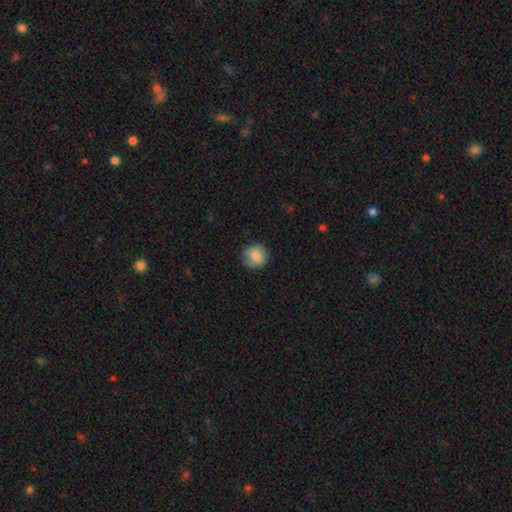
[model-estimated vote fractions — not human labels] smooth 80%, featured or disk 12%, star or artifact 8%. Down the decision tree: how rounded — round (91%); merging — none (84%).